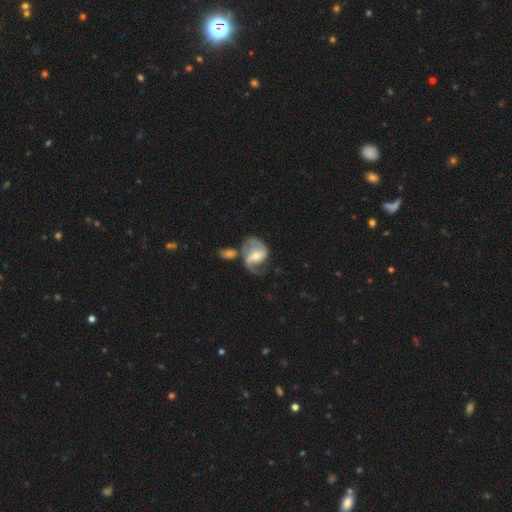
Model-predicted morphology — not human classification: smooth-or-featured: featured or disk: 85% | smooth: 10% | star or artifact: 5%
  disk-edge-on: no: 97% | yes: 3%
    bar: weak: 41% | no: 39% | strong: 20%
    has-spiral-arms: yes: 95% | no: 5%
      spiral-winding: medium: 49% | loose: 32% | tight: 19%
      spiral-arm-count: 2: 81% | 1: 9% | can't tell: 5% | 3: 3% | 4: 1% | more than 4: 1%
    bulge-size: moderate: 56% | small: 39% | large: 3% | none: 1% | dominant: 1%
  merging: none: 43% | merger: 23% | minor disturbance: 19% | major disturbance: 15%